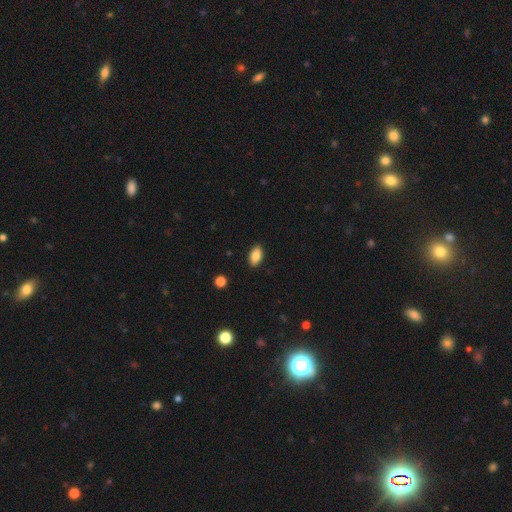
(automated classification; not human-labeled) smooth_or_featured: smooth (p=0.87) [alt: star or artifact p=0.08]
how_rounded: in between (p=0.93) [alt: round p=0.04]
merging: none (p=0.89) [alt: minor disturbance p=0.08]